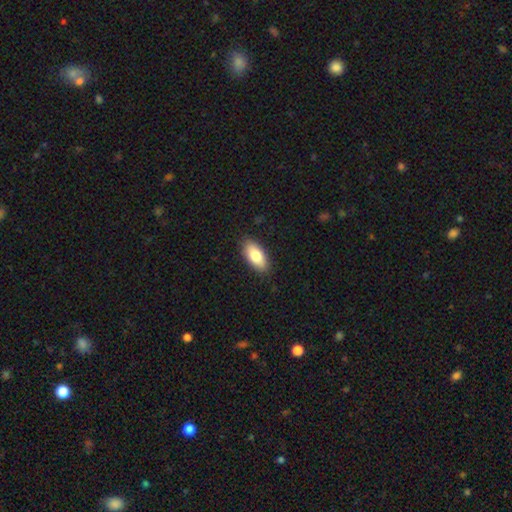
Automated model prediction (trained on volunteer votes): A smooth galaxy with no disk features (80%) that is in between round and cigar-shaped (90%). Merging: none (88%).